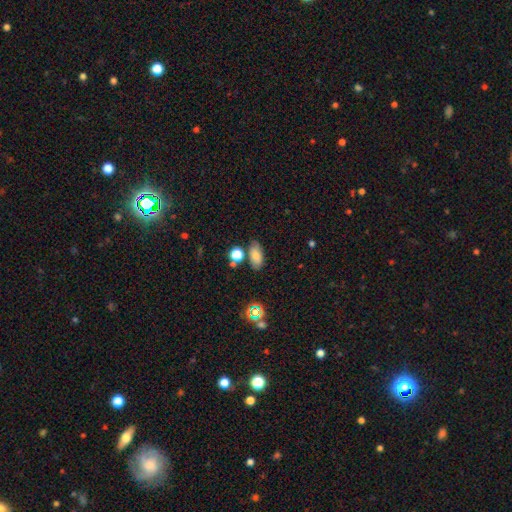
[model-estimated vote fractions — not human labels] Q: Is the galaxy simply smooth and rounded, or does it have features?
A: smooth — 78%.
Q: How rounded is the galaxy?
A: in between — 87%.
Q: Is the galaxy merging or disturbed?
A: none — 77%.